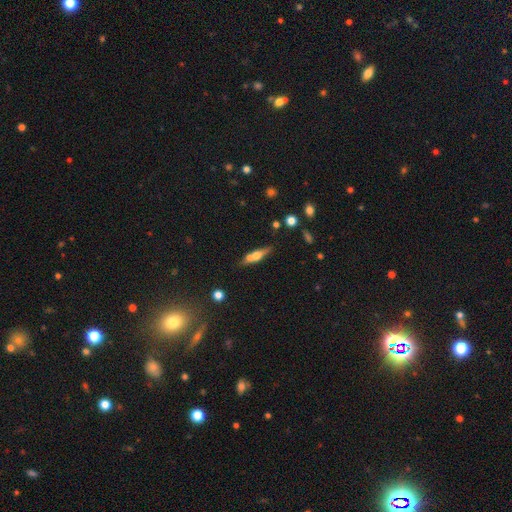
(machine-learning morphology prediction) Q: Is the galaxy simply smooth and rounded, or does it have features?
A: featured or disk — 47%.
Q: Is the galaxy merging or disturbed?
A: none — 57%.